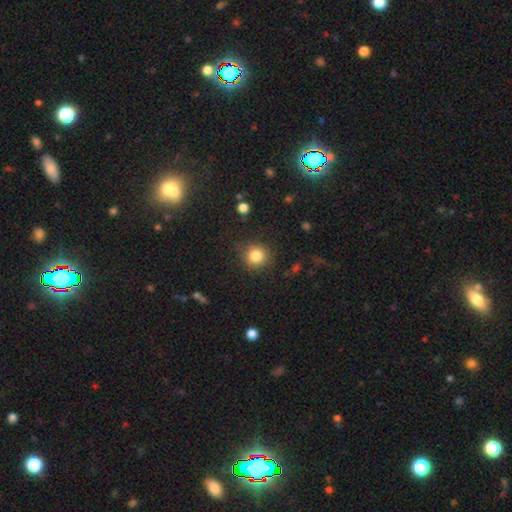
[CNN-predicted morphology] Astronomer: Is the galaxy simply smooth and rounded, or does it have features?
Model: smooth — 83%.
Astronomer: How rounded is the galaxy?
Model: round — 91%.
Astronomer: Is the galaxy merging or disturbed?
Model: none — 84%.